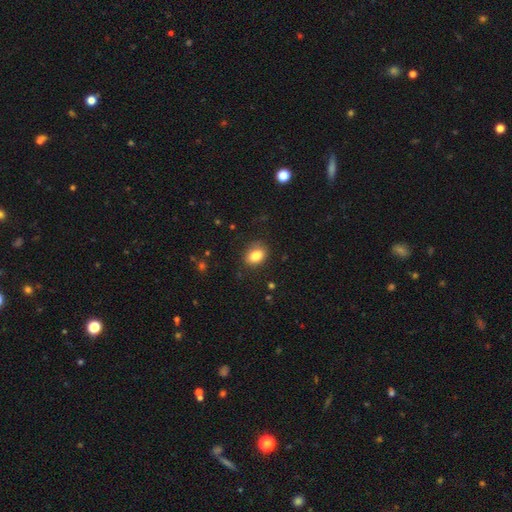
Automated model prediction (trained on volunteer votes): Smooth or featured? smooth (84%)
How rounded? in between (72%)
Merging? none (81%)